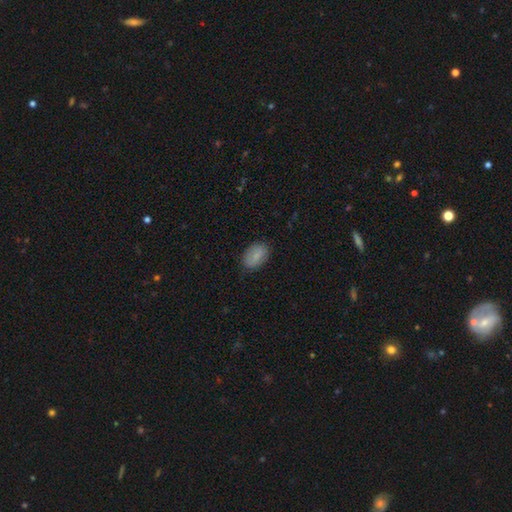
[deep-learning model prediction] Overall: smooth (82%). How rounded: in between (88%). Merging: none (82%).